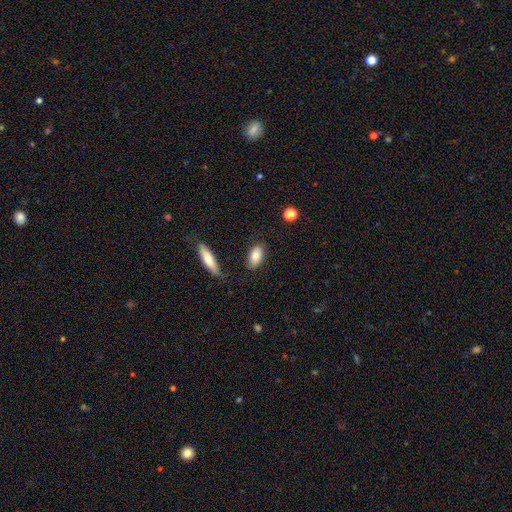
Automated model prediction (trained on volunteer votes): Smooth or featured? smooth (80%)
How rounded? in between (89%)
Merging? none (79%)